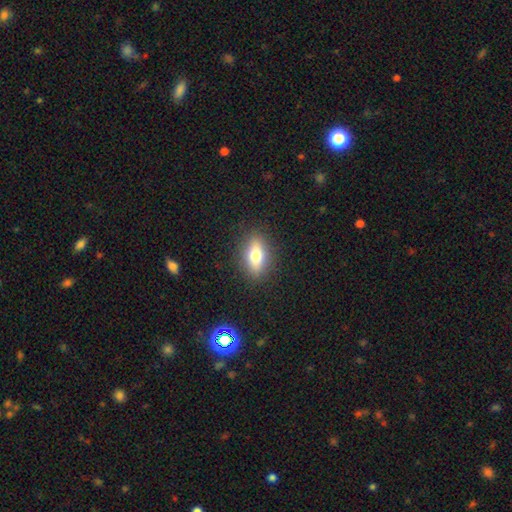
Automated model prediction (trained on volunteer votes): smooth_or_featured: smooth (p=0.66) [alt: featured or disk p=0.25]
how_rounded: in between (p=0.74) [alt: cigar-shaped p=0.16]
merging: none (p=0.87) [alt: minor disturbance p=0.09]